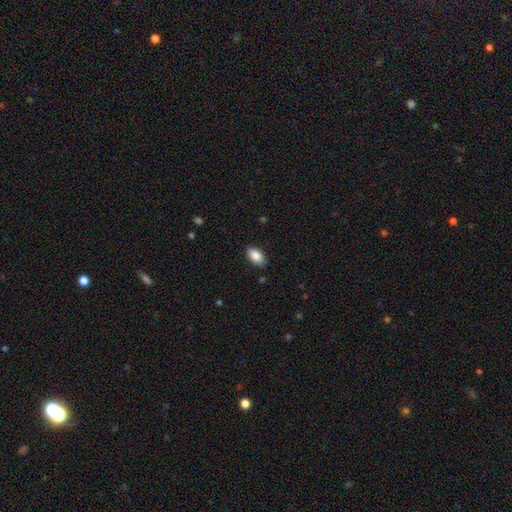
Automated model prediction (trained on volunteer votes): The model was most divided on "merging": none: 86%, minor disturbance: 11%, major disturbance: 2%, merger: 1%. More confident: how rounded — in between (94%); smooth or featured — smooth (88%).